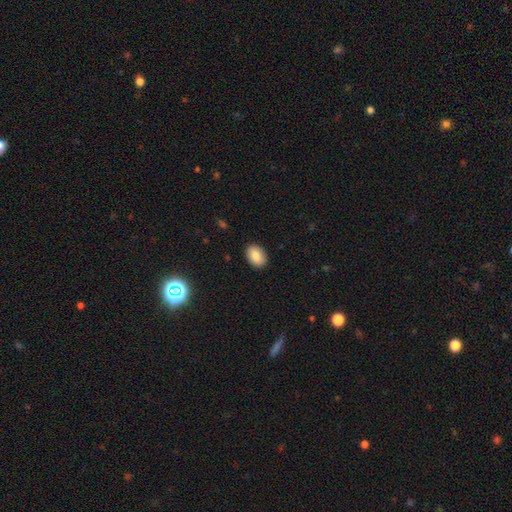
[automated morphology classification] A smooth galaxy with no disk features (83%) that is in between round and cigar-shaped (83%). Merging: none (89%).